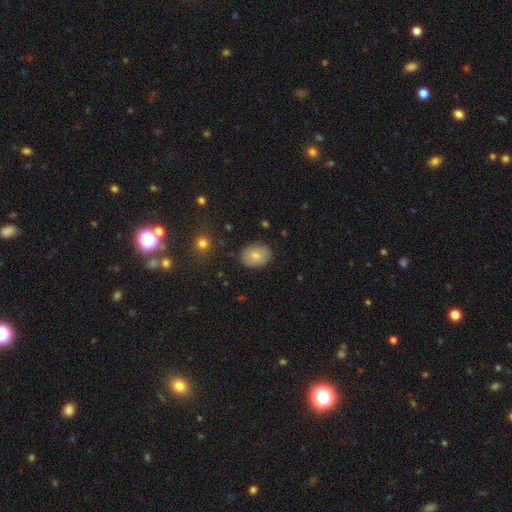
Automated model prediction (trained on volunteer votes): Smooth or featured: smooth — 76% (featured or disk — 16%)
How rounded: in between — 63% (round — 36%)
Merging: none — 85% (minor disturbance — 11%)